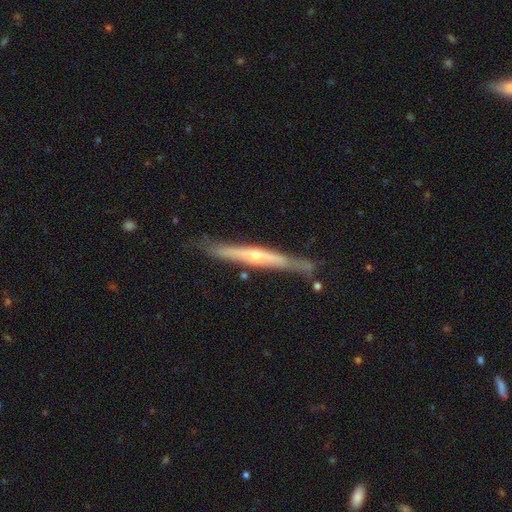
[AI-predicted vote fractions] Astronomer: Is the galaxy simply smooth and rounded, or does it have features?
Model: featured or disk — 72%.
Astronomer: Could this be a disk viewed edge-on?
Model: yes — 94%.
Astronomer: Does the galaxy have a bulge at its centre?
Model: rounded — 71%.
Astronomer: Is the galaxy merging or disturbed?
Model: none — 76%.